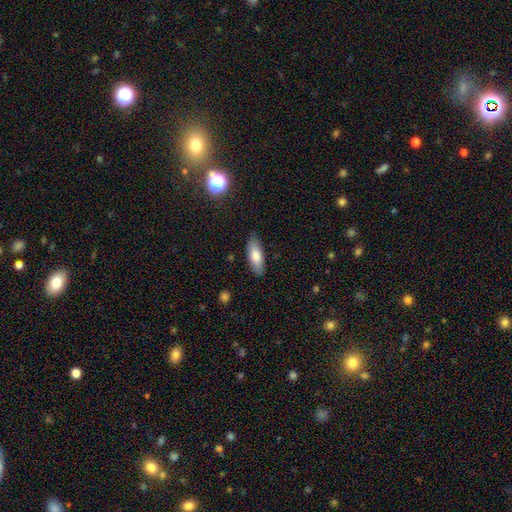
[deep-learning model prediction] This appears to be a smooth galaxy with no disk features (76%) that is in between round and cigar-shaped (72%). Merging: none (85%).